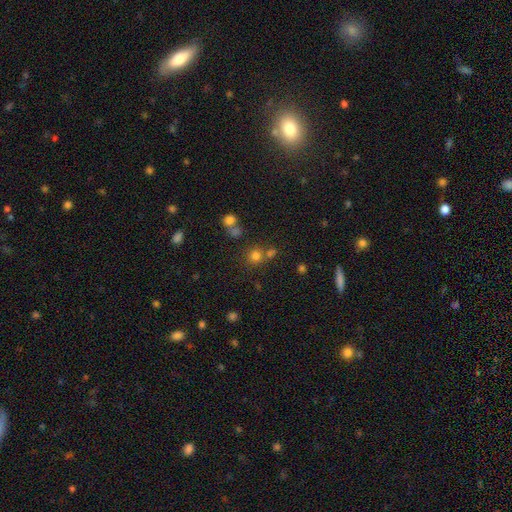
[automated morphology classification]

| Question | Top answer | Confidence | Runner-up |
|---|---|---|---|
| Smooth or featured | smooth | 74% | star or artifact (18%) |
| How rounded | round | 88% | in between (11%) |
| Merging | none | 65% | merger (22%) |